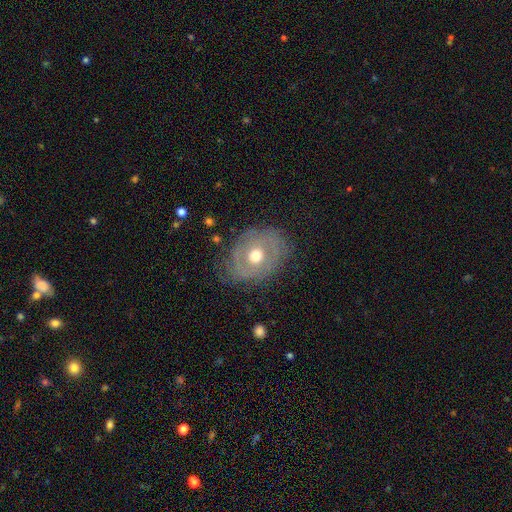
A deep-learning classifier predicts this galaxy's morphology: featured or disk 61%, smooth 32%, star or artifact 7%. Down the decision tree: edge-on disk — no (94%); bar — no (84%); spiral arms — no (58%); bulge size — moderate (79%); merging — none (71%).